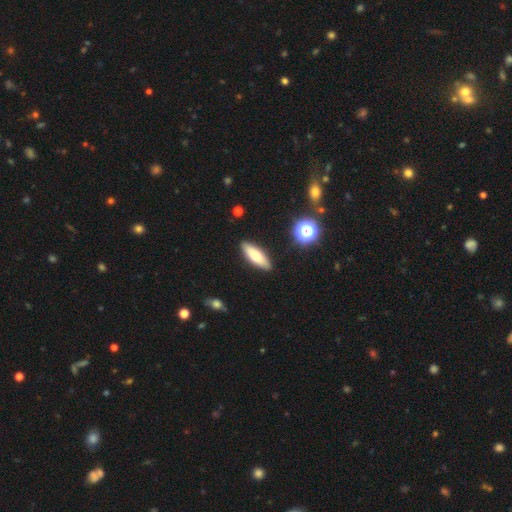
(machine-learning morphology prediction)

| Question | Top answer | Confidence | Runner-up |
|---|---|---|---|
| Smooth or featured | smooth | 66% | featured or disk (26%) |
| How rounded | in between | 52% | cigar-shaped (45%) |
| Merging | none | 88% | minor disturbance (8%) |